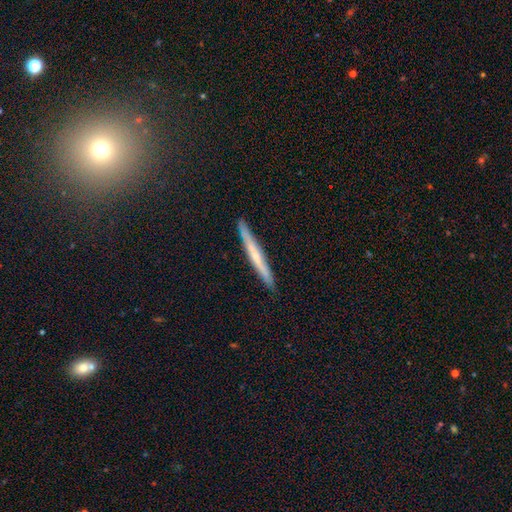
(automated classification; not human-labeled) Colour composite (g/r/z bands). It shows a featured or disk galaxy (51%) viewed edge-on (95%). Merging: none (90%).